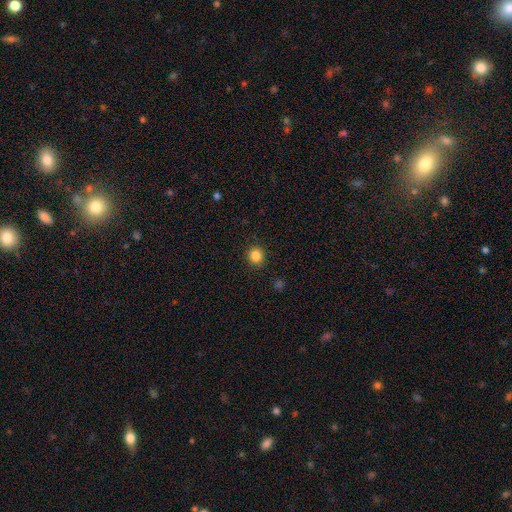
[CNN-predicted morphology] A smooth galaxy with no disk features (85%) that is round (90%). Merging: none (90%).